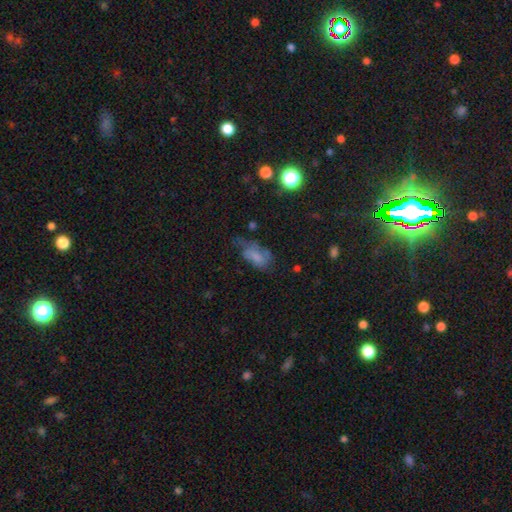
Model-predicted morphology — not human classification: This appears to be a smooth galaxy with no disk features (62%) that is in between round and cigar-shaped (89%). Merging: major disturbance (33%).